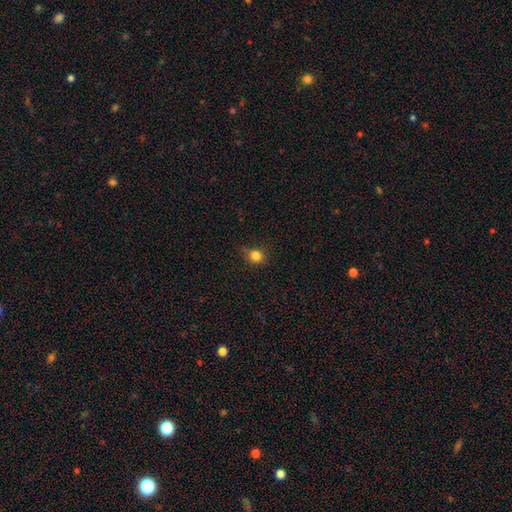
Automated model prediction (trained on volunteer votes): A smooth galaxy with no disk features (82%) that is round (81%). Merging: none (77%).